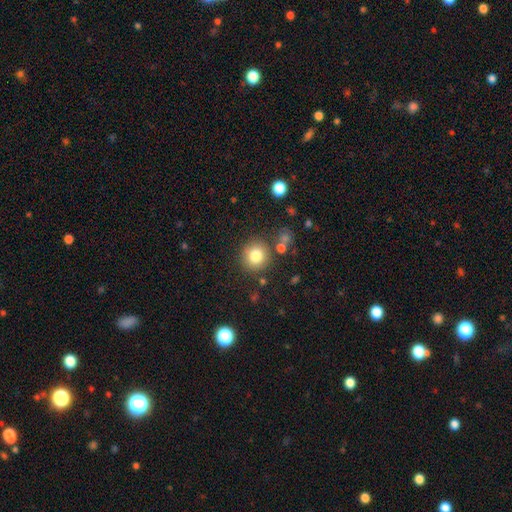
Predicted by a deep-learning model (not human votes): A smooth galaxy with no disk features (80%) that is round (90%). Merging: none (82%).